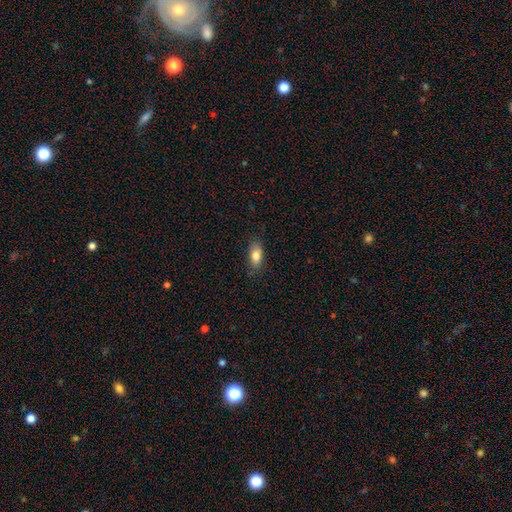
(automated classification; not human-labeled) Morphology: type=smooth (81%); roundness=in between (86%); merging=none (83%).